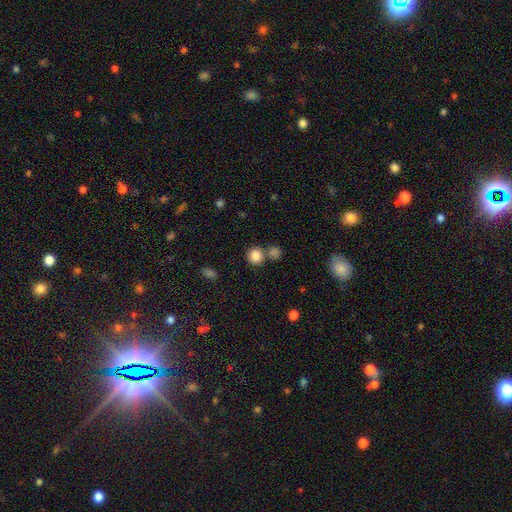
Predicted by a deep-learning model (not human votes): Morphology: type=smooth (85%); roundness=round (85%); merging=none (65%).